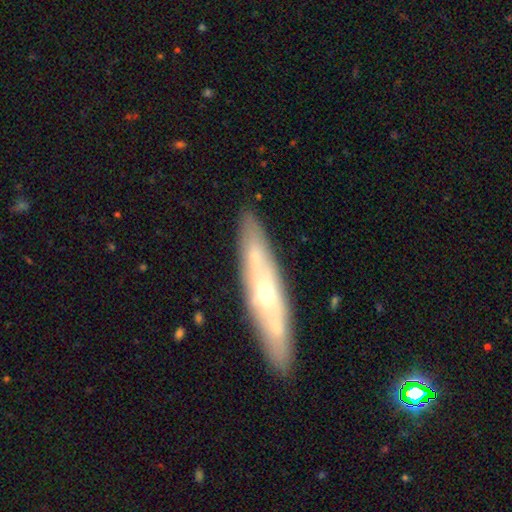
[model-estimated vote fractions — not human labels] A smooth galaxy with no disk features (51%) that is cigar-shaped (67%). Merging: none (73%).